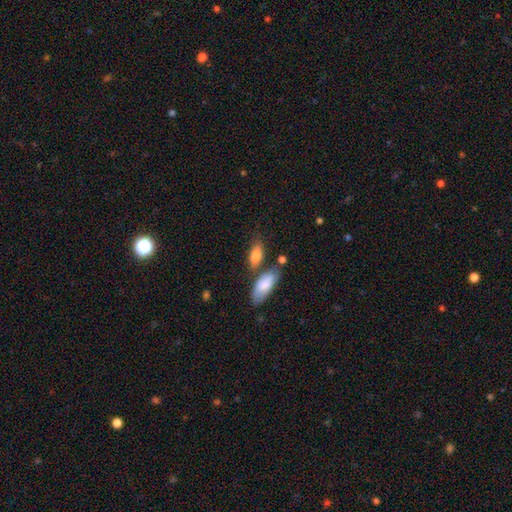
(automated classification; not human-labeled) Smooth or featured? Predicted: smooth (p=0.81). How rounded? Predicted: in between (p=0.82). Merging? Predicted: none (p=0.59).